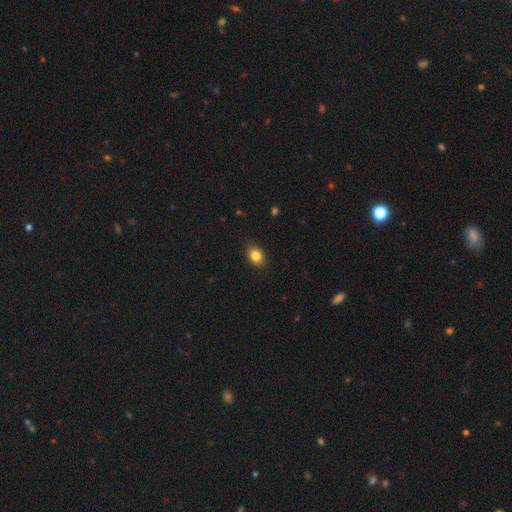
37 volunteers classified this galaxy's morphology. Overall: smooth (84%). How rounded: in between (77%). Merging: none (91%).